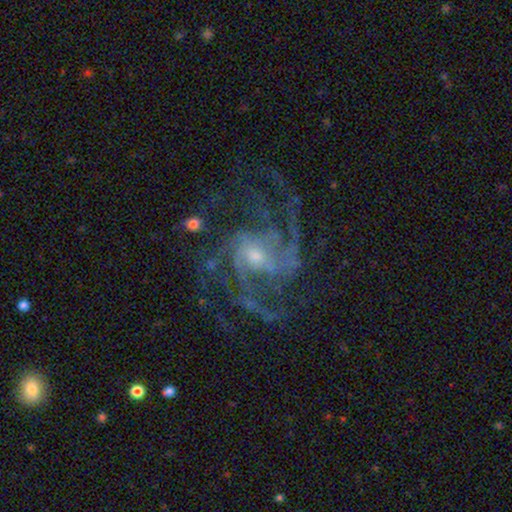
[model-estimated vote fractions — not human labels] Morphology: type=featured or disk (87%); edge-on=no (98%); bar=no (59%); spiral arms=yes (95%); winding=medium (49%); arm count=3 (28%); bulge=moderate (47%); merging=none (56%).